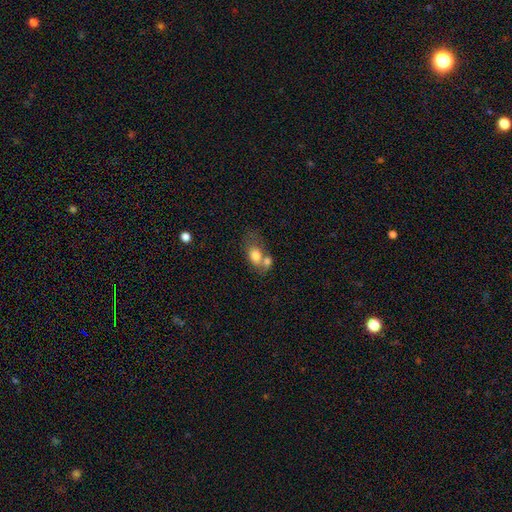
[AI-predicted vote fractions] smooth-or-featured: smooth: 73% | featured or disk: 18% | star or artifact: 8%
  how-rounded: in between: 70% | round: 28% | cigar-shaped: 2%
  merging: merger: 59% | none: 24% | minor disturbance: 11% | major disturbance: 7%